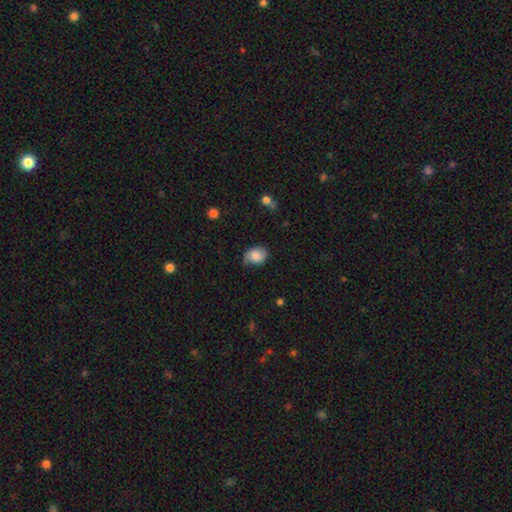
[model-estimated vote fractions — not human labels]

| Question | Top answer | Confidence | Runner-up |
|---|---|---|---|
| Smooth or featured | smooth | 69% | featured or disk (23%) |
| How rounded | in between | 67% | round (32%) |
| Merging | none | 52% | minor disturbance (35%) |